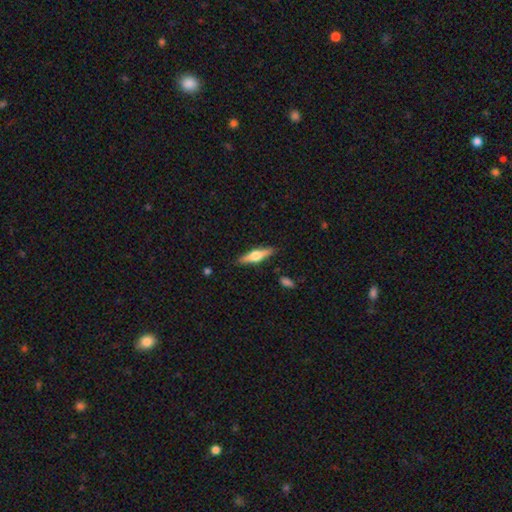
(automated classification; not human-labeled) A featured or disk galaxy (63%) viewed edge-on (96%) with a rounded central bulge (94%). Merging: none (88%).